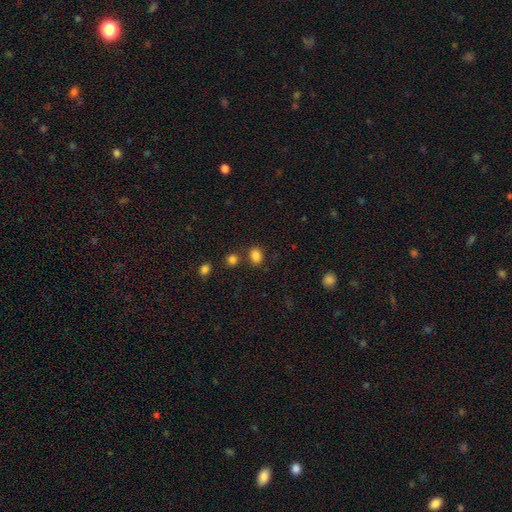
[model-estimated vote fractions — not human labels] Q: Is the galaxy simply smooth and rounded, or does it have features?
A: smooth — 84%.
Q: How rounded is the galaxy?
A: in between — 62%.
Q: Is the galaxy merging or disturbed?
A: none — 75%.